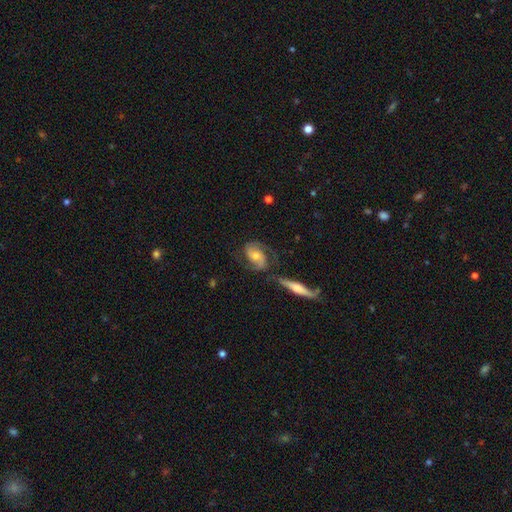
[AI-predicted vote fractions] Smooth or featured? featured or disk (78%)
Edge-on disk? no (94%)
Bar? no (56%)
Spiral arms? yes (94%)
Spiral winding? medium (49%)
Spiral arm count? 2 (88%)
Bulge size? moderate (58%)
Merging? none (60%)